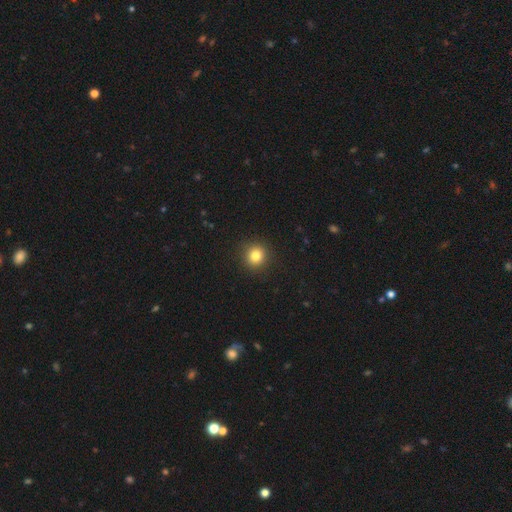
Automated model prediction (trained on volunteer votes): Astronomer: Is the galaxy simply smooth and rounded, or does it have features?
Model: smooth — 83%.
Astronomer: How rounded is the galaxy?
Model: round — 91%.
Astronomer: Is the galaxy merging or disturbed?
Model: none — 92%.